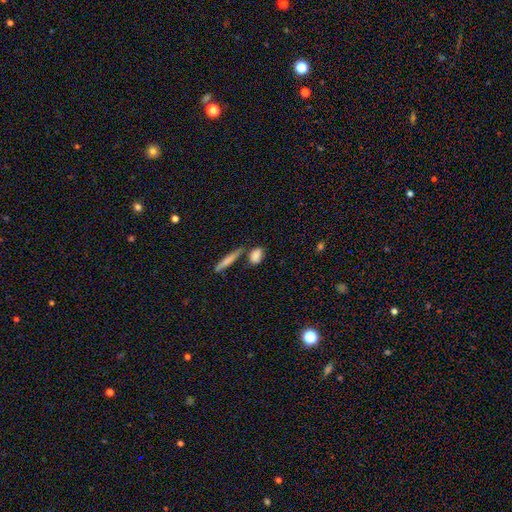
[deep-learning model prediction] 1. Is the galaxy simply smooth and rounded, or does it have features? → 81% smooth, 11% featured or disk, 8% star or artifact.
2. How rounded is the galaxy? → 65% in between, 19% cigar-shaped, 16% round.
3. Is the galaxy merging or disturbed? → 62% none, 18% merger, 15% minor disturbance, 5% major disturbance.